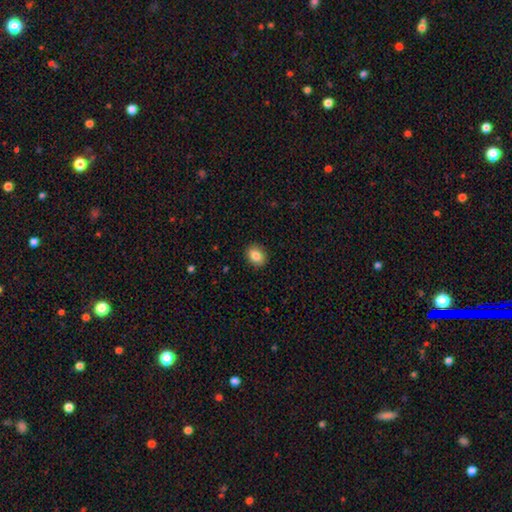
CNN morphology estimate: Smooth or featured? Predicted: smooth (p=0.86). How rounded? Predicted: in between (p=0.57). Merging? Predicted: none (p=0.90).